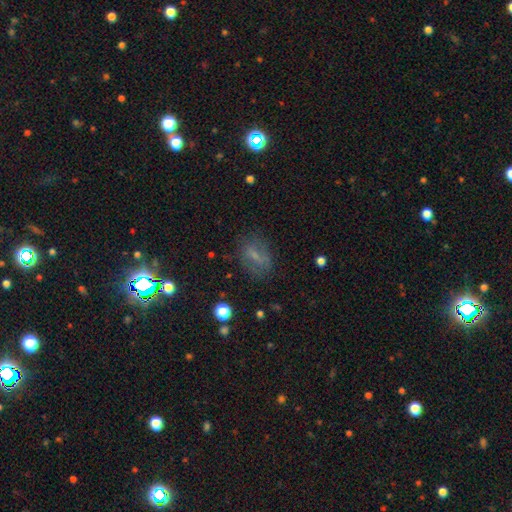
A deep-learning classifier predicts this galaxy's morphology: Smooth or featured?
  - smooth: 50% *
  - featured or disk: 29%
  - star or artifact: 21%
How rounded?
  - in between: 71% *
  - round: 23%
  - cigar-shaped: 6%
Merging?
  - none: 69% *
  - minor disturbance: 18%
  - major disturbance: 11%
  - merger: 2%